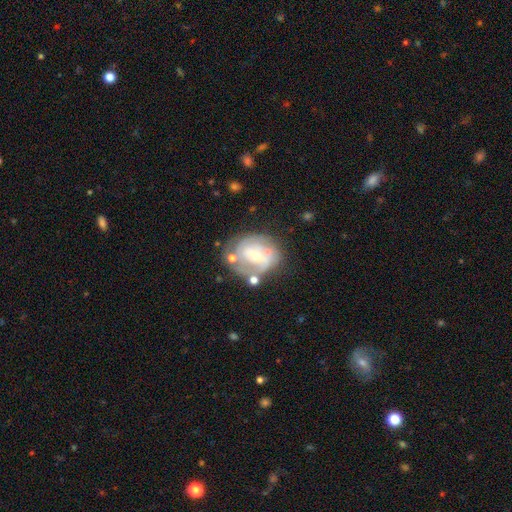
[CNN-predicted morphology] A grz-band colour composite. It shows a featured or disk galaxy (75%) with a weak bar (41%), 2 (49%) tight (46%) spiral arms (80%) and a moderate central bulge (48%). Merging: none (58%).